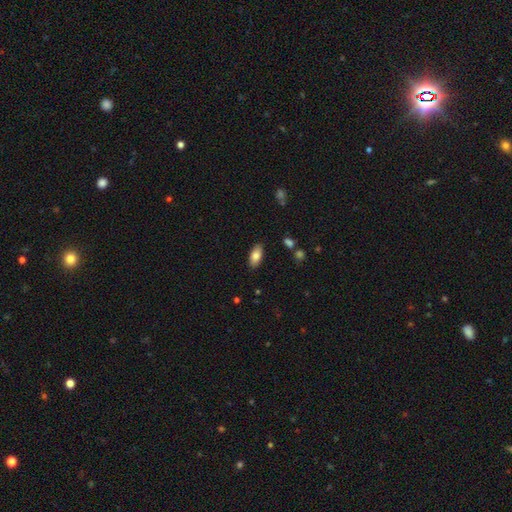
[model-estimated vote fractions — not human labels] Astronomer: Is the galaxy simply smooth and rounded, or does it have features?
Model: smooth — 82%.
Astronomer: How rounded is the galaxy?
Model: in between — 90%.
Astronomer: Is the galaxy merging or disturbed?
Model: none — 87%.